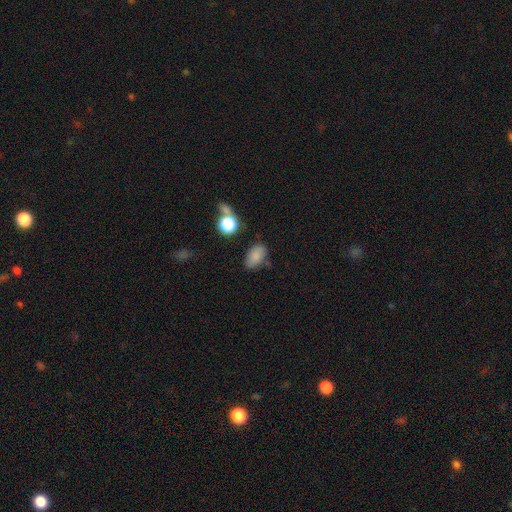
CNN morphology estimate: smooth_or_featured: smooth (p=0.83) [alt: star or artifact p=0.10]
how_rounded: in between (p=0.89) [alt: round p=0.09]
merging: none (p=0.68) [alt: minor disturbance p=0.20]